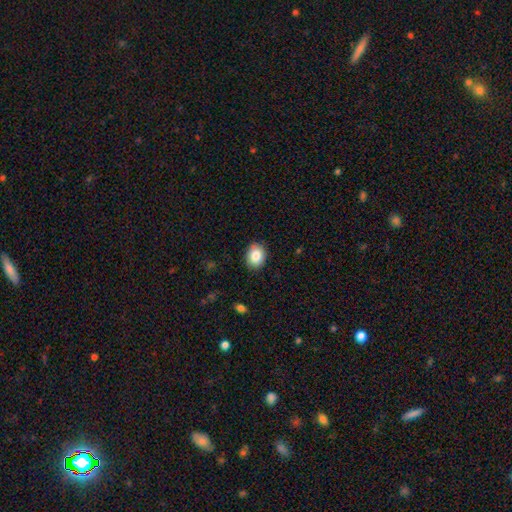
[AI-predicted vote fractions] A smooth galaxy with no disk features (85%) that is in between round and cigar-shaped (61%). Merging: none (88%).